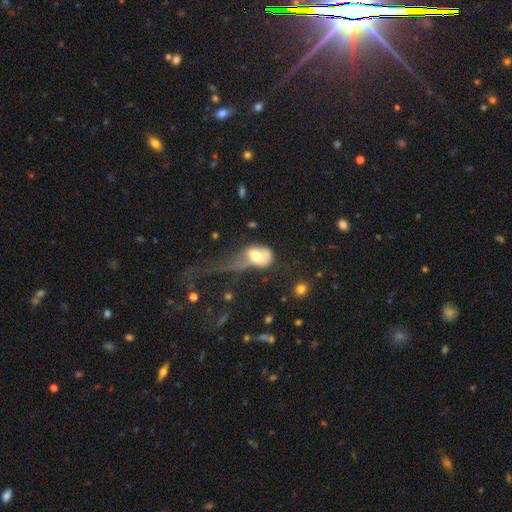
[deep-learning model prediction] Smooth or featured? Predicted: smooth (p=0.64). How rounded? Predicted: in between (p=0.78). Merging? Predicted: major disturbance (p=0.60).